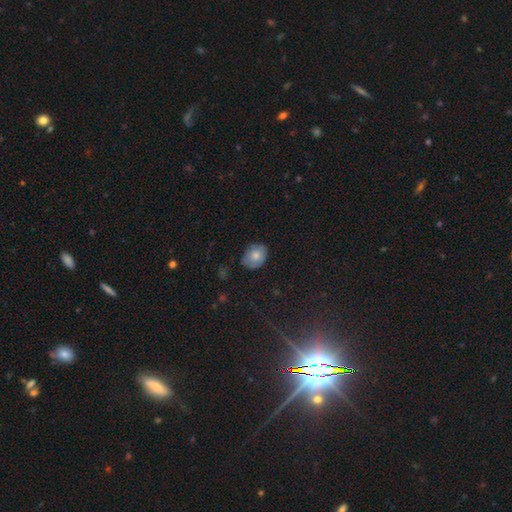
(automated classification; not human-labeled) Smooth or featured: smooth — 74% (featured or disk — 18%)
How rounded: in between — 55% (round — 44%)
Merging: none — 69% (minor disturbance — 25%)